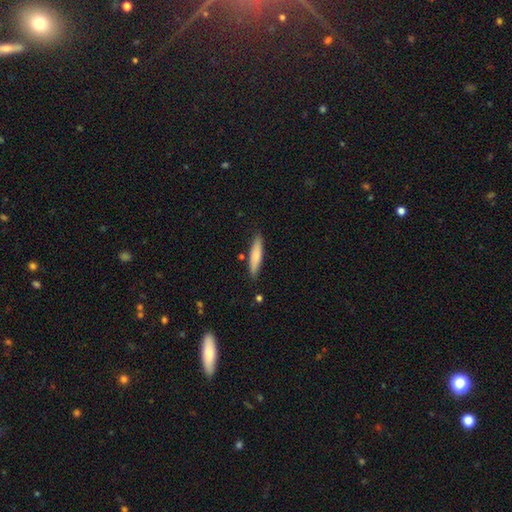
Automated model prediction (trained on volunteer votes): Overall: smooth (76%). How rounded: cigar-shaped (81%). Merging: none (84%).